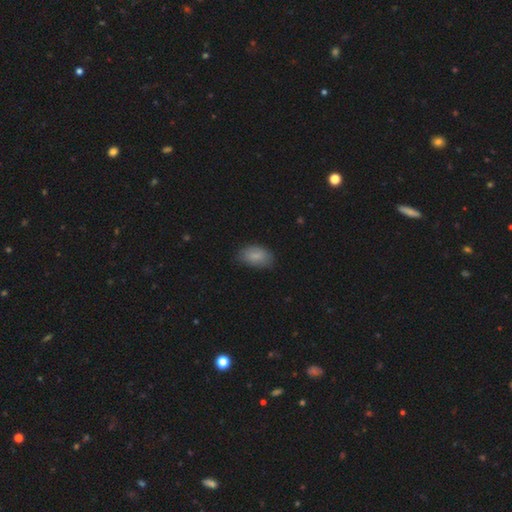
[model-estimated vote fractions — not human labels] Smooth or featured?
  - smooth: 84% *
  - featured or disk: 9%
  - star or artifact: 7%
How rounded?
  - in between: 92% *
  - round: 6%
  - cigar-shaped: 2%
Merging?
  - none: 72% *
  - minor disturbance: 23%
  - major disturbance: 4%
  - merger: 1%